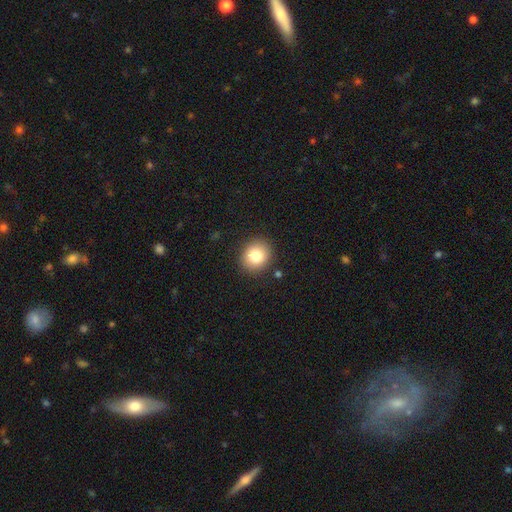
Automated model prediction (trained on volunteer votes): Smooth or featured: smooth — 81% (star or artifact — 10%)
How rounded: round — 78% (in between — 22%)
Merging: none — 89% (minor disturbance — 7%)